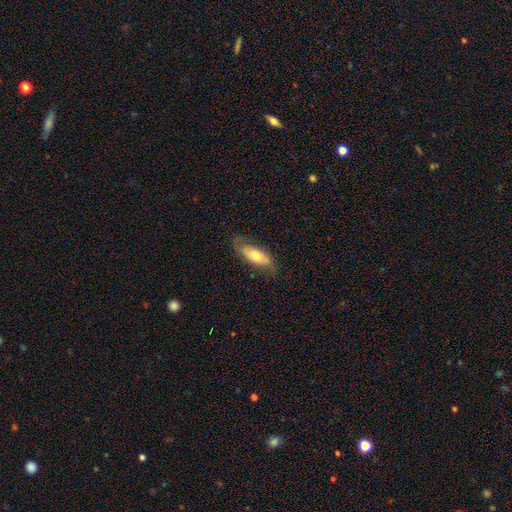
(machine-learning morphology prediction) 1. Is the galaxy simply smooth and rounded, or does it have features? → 62% smooth, 32% featured or disk, 6% star or artifact.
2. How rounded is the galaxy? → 68% in between, 30% cigar-shaped, 2% round.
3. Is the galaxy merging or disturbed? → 72% none, 22% minor disturbance, 5% major disturbance, 1% merger.